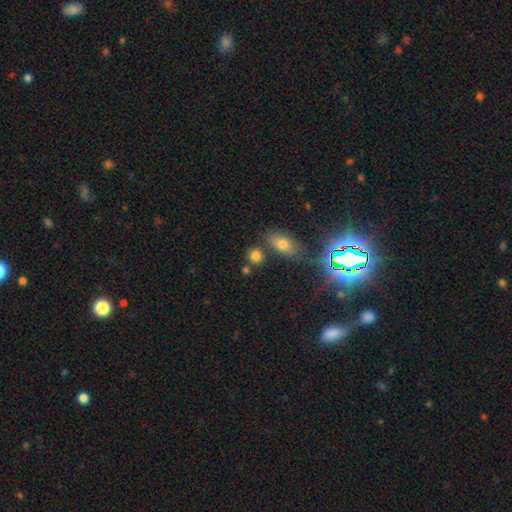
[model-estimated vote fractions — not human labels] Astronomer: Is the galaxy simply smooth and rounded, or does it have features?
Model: smooth — 78%.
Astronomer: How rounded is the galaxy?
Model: round — 79%.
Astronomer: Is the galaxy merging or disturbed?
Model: none — 70%.